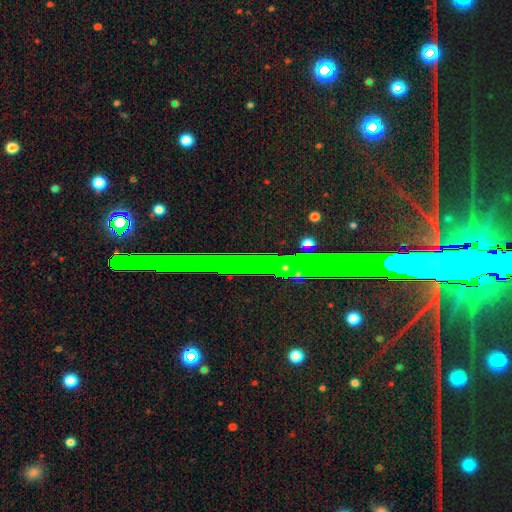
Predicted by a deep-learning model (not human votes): star or artifact 75%, featured or disk 16%, smooth 9%.